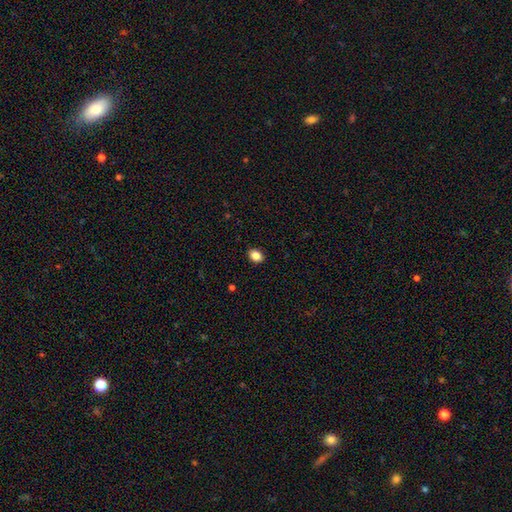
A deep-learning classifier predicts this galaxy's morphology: smooth-or-featured: smooth: 87% | star or artifact: 9% | featured or disk: 4%
  how-rounded: in between: 69% | round: 30% | cigar-shaped: 1%
  merging: none: 90% | minor disturbance: 7% | major disturbance: 2% | merger: 1%